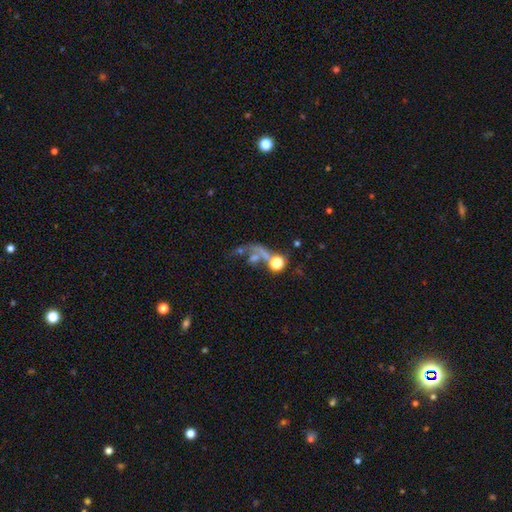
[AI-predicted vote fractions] A featured or disk galaxy (35%).

Vote fractions:
- Smooth or featured? featured or disk: 35% / smooth: 34% / star or artifact: 32%
- Merging? merger: 31% / major disturbance: 30% / none: 29% / minor disturbance: 11%